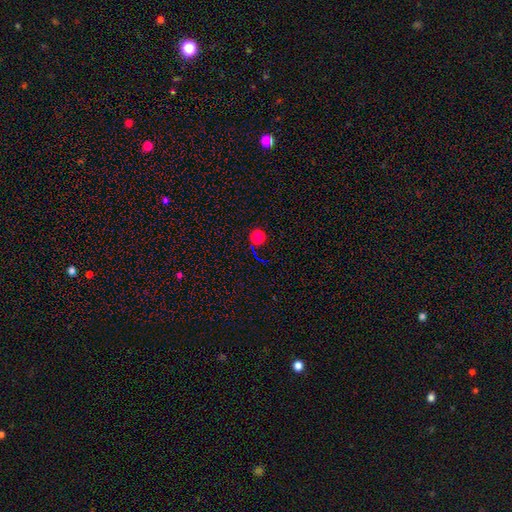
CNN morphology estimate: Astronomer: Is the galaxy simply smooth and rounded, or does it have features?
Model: smooth — 60%.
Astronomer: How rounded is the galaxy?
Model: round — 95%.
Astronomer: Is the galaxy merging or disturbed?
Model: none — 90%.